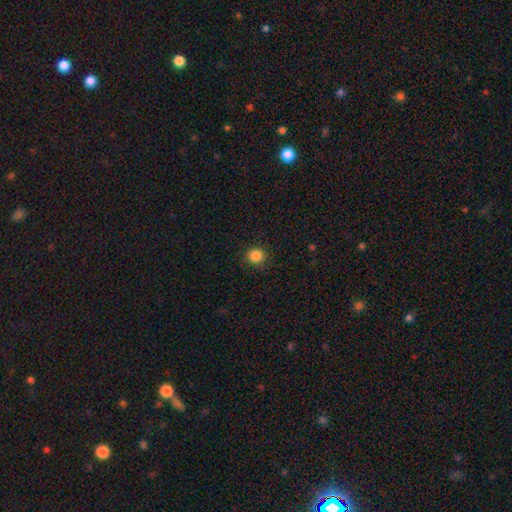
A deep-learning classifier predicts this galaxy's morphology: smooth-or-featured: smooth: 86% | star or artifact: 11% | featured or disk: 3%
  how-rounded: round: 94% | in between: 5% | cigar-shaped: 1%
  merging: none: 91% | minor disturbance: 6% | major disturbance: 2% | merger: 1%